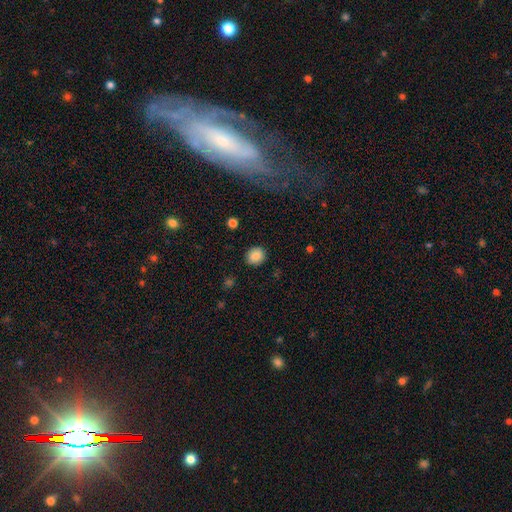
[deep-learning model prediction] Morphology: type=smooth (85%); roundness=round (81%); merging=none (90%).